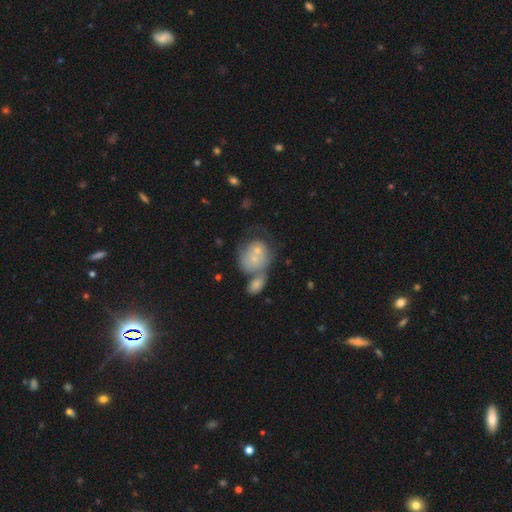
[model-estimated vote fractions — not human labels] The model was most divided on "smooth or featured": smooth: 48%, featured or disk: 39%, star or artifact: 12%. Remaining: merging — merger (47%).